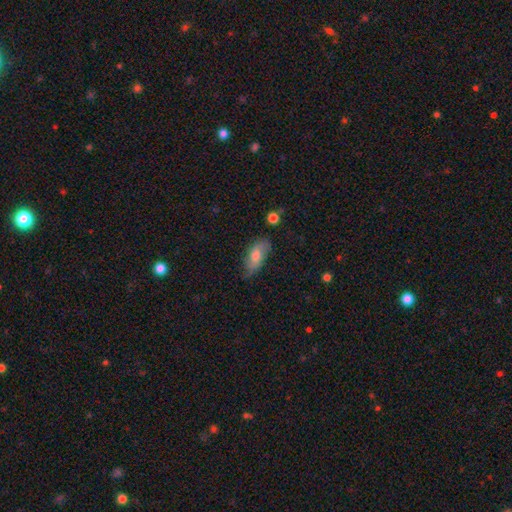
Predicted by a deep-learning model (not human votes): Smooth or featured? Predicted: smooth (p=0.67). How rounded? Predicted: in between (p=0.81). Merging? Predicted: none (p=0.66).